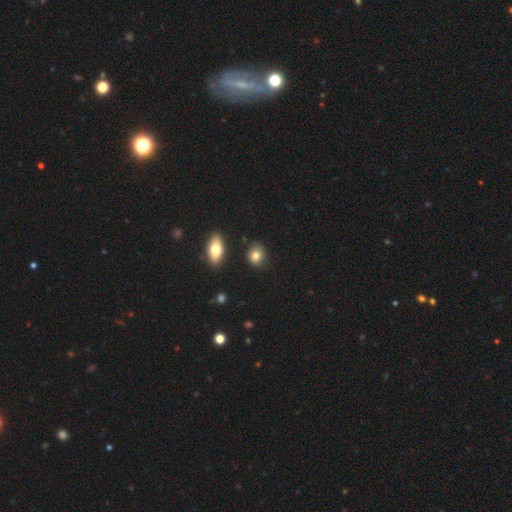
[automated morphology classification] Overall: smooth (81%). How rounded: round (59%; in between 39%). Merging: none (83%).